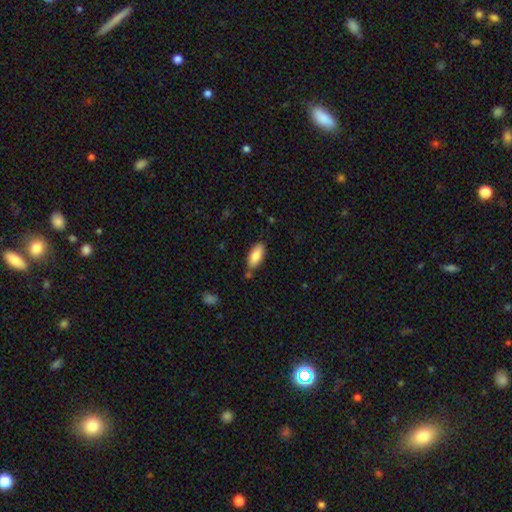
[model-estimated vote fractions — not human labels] A smooth galaxy with no disk features (83%) that is in between round and cigar-shaped (84%).

Vote fractions:
- Smooth or featured? smooth: 83% / featured or disk: 10% / star or artifact: 6%
- How rounded? in between: 84% / cigar-shaped: 14% / round: 2%
- Merging? none: 79% / minor disturbance: 14% / merger: 5% / major disturbance: 3%